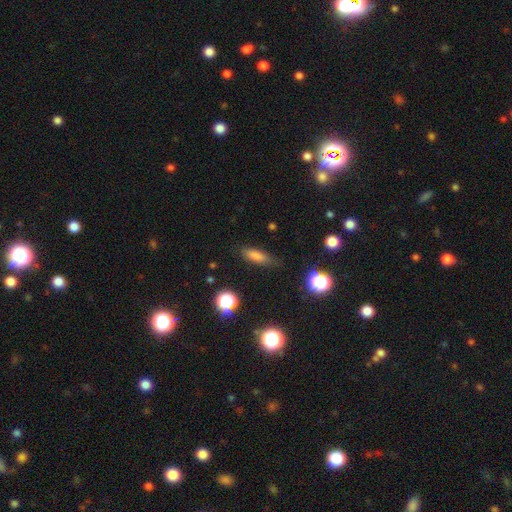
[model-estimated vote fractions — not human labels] This appears to be a smooth galaxy with no disk features (78%) that is in between round and cigar-shaped (50%). Merging: none (77%).